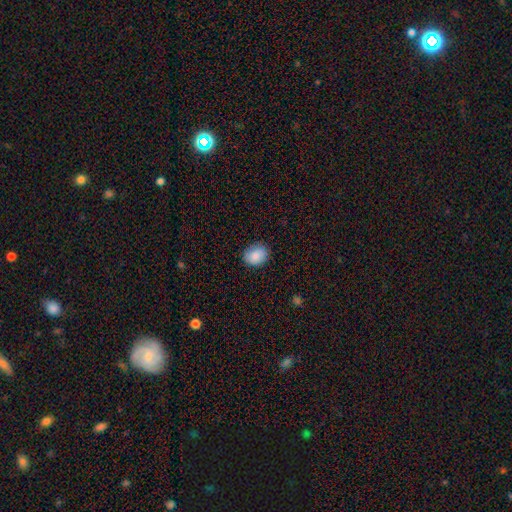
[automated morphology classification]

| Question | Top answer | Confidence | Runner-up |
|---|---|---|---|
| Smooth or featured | smooth | 87% | star or artifact (7%) |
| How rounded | in between | 52% | round (47%) |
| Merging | none | 82% | minor disturbance (14%) |